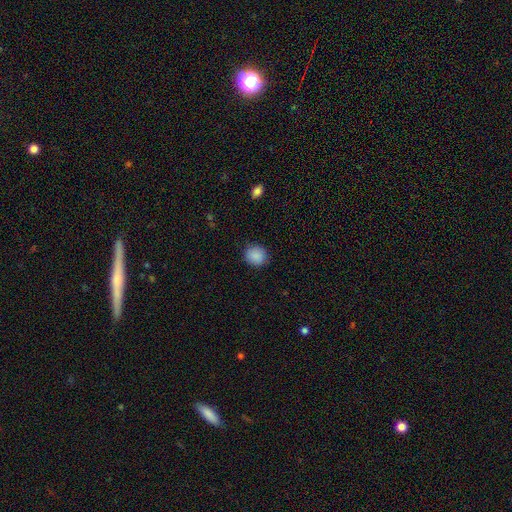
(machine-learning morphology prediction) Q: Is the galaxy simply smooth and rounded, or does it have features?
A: smooth — 89%.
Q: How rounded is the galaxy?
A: round — 84%.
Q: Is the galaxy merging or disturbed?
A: none — 88%.